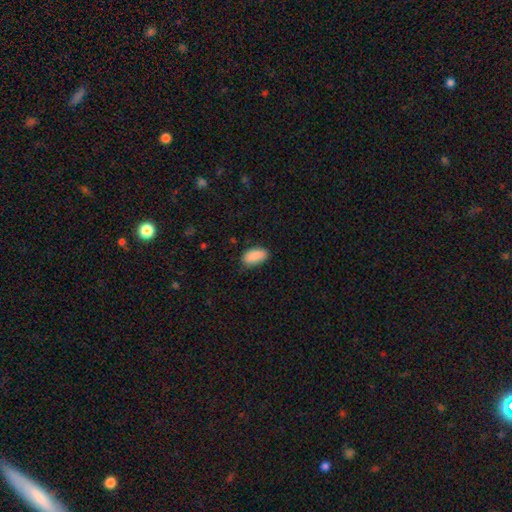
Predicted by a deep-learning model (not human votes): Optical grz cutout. It shows a smooth galaxy with no disk features (89%) that is in between round and cigar-shaped (94%). Merging: none (78%).